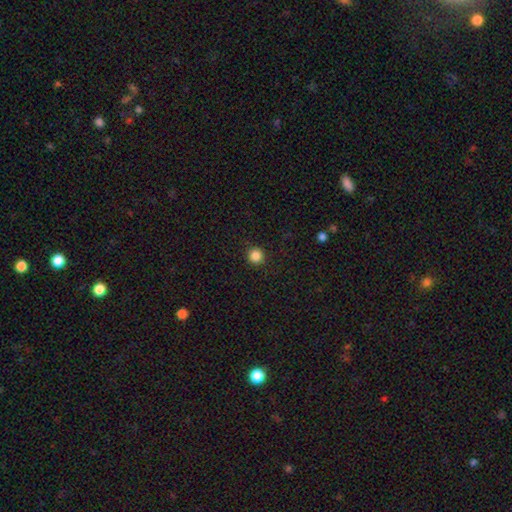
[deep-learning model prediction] Smooth or featured? smooth (86%)
How rounded? round (95%)
Merging? none (92%)